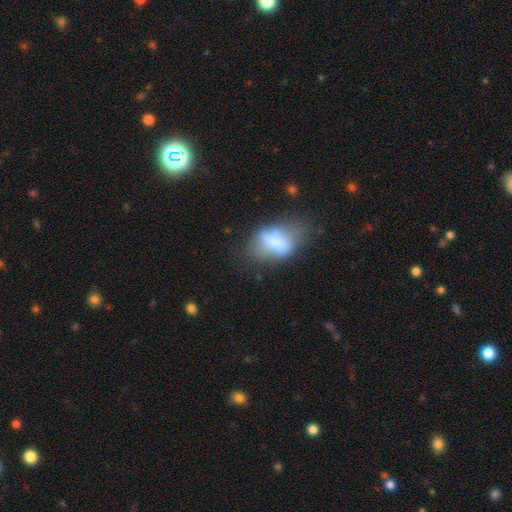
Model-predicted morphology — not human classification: smooth_or_featured: smooth (p=0.58) [alt: featured or disk p=0.31]
how_rounded: in between (p=0.83) [alt: round p=0.12]
merging: none (p=0.53) [alt: minor disturbance p=0.28]